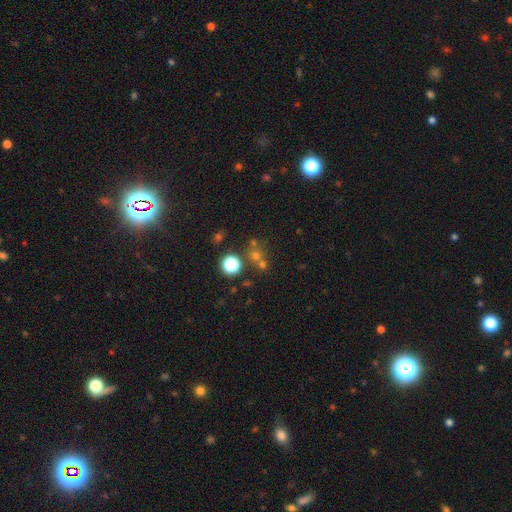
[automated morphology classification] Smooth or featured?
  - smooth: 53% *
  - star or artifact: 36%
  - featured or disk: 11%
How rounded?
  - round: 88% *
  - in between: 11%
  - cigar-shaped: 1%
Merging?
  - none: 61% *
  - merger: 27%
  - minor disturbance: 8%
  - major disturbance: 4%